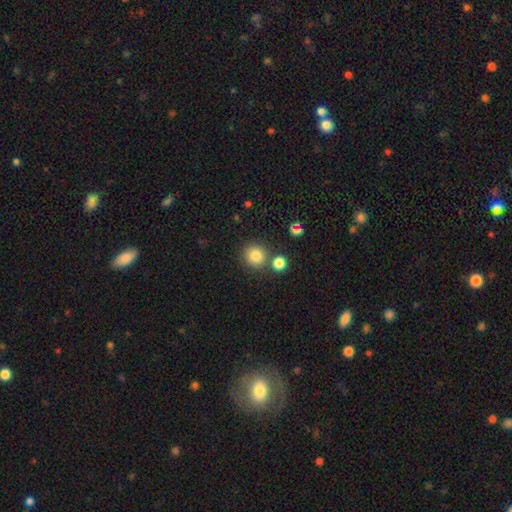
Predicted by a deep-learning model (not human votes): Smooth or featured: smooth — 82% (star or artifact — 12%)
How rounded: round — 92% (in between — 7%)
Merging: none — 76% (merger — 13%)